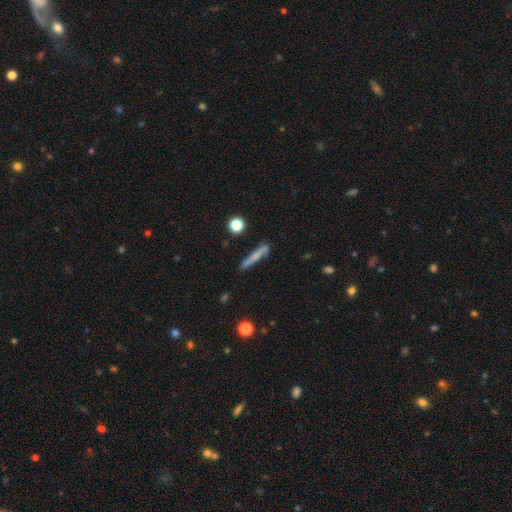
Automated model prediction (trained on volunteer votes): This is likely a smooth galaxy (60%). How rounded: clearly cigar-shaped (92%). Merging: likely none (71%).